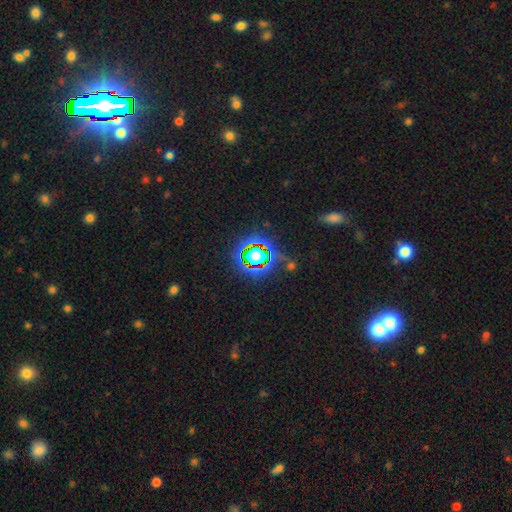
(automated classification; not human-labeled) Overall: star or artifact (77%).